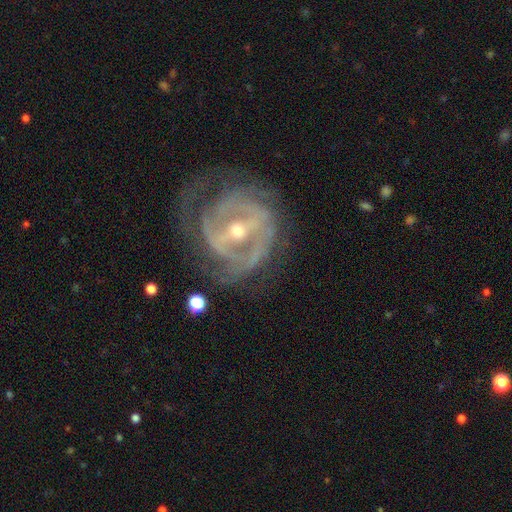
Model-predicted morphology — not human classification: The model was most divided on "bulge size": small: 51%, moderate: 46%, large: 2%, none: 1%, dominant: 1%. Remaining: edge-on disk — no (95%); spiral arms — yes (89%); smooth or featured — featured or disk (89%); merging — none (62%); bar — strong (61%); spiral winding — tight (59%); spiral arm count — 2 (36%).